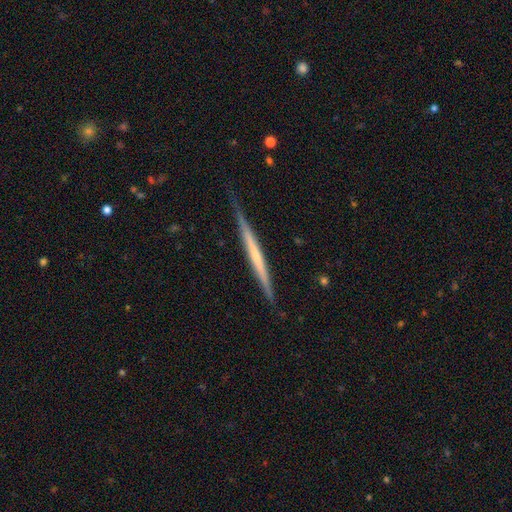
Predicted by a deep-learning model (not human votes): smooth-or-featured: featured or disk: 62% | smooth: 33% | star or artifact: 5%
  disk-edge-on: yes: 97% | no: 3%
    edge-on-bulge: none: 82% | rounded: 12% | boxy: 5%
  merging: none: 83% | minor disturbance: 14% | major disturbance: 2% | merger: 1%